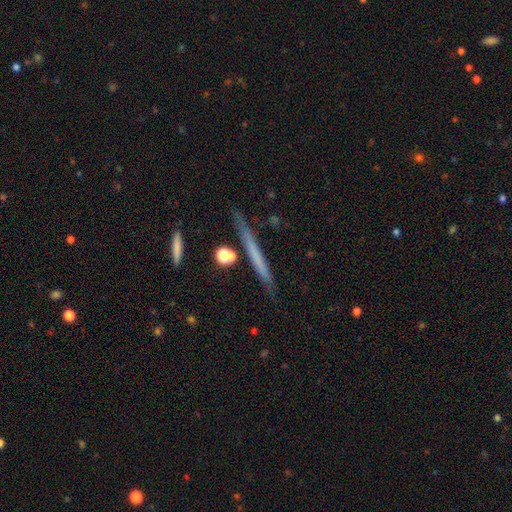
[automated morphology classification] Smooth or featured? Predicted: smooth (p=0.49). Merging? Predicted: none (p=0.85).